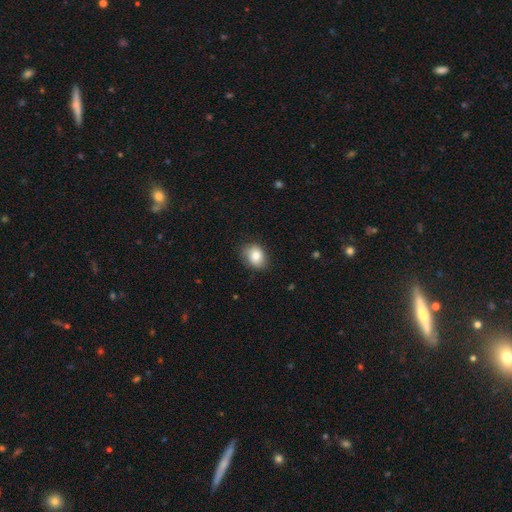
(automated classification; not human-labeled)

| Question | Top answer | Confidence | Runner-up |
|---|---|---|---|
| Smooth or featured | smooth | 82% | featured or disk (10%) |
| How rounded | in between | 59% | round (40%) |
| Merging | none | 79% | minor disturbance (17%) |